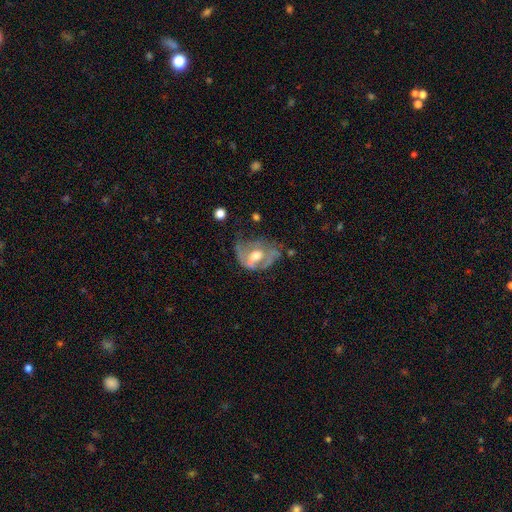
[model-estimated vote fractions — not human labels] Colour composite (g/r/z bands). It shows a featured or disk galaxy (68%) with no bar (49%), spiral arms (53%) and a moderate central bulge (74%). Merging: major disturbance (36%).